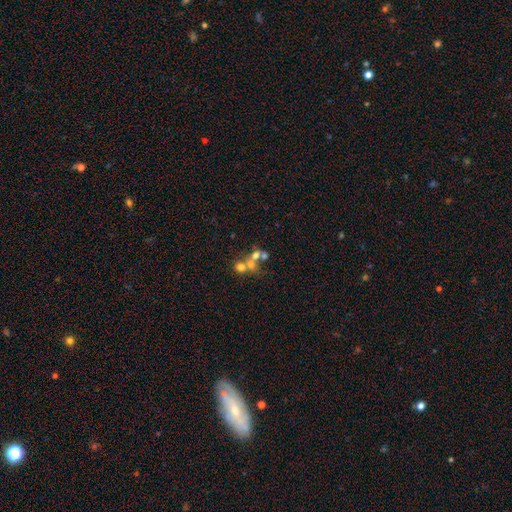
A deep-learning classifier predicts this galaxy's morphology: Q: Smooth or featured?
A: smooth (47%); runner-up: featured or disk (30%)
Q: Merging?
A: merger (54%); runner-up: none (33%)